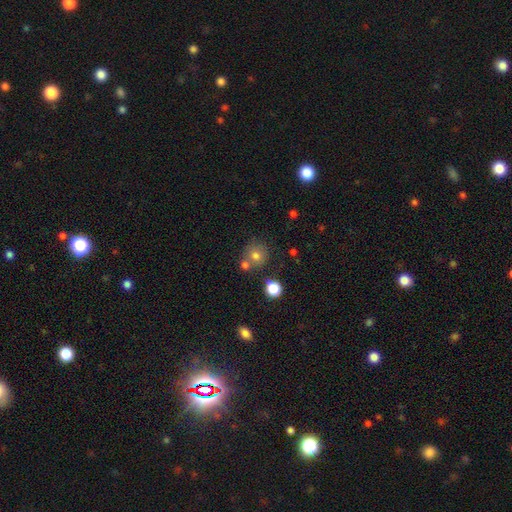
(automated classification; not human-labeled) Smooth or featured: smooth — 75% (star or artifact — 14%)
How rounded: round — 87% (in between — 12%)
Merging: none — 61% (merger — 24%)